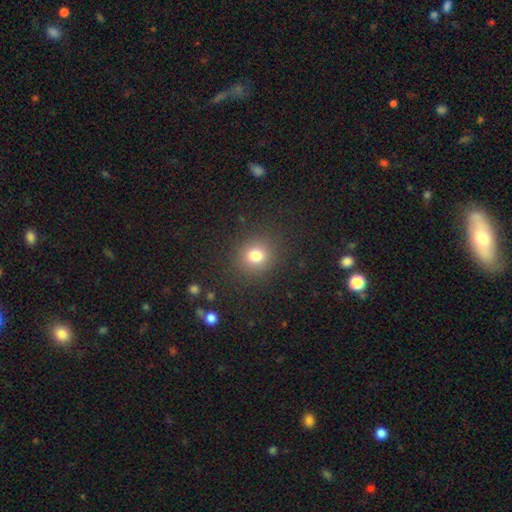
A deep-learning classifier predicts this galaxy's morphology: smooth-or-featured: smooth: 78% | star or artifact: 15% | featured or disk: 7%
  how-rounded: round: 84% | in between: 15% | cigar-shaped: 1%
  merging: none: 88% | minor disturbance: 7% | major disturbance: 3% | merger: 1%